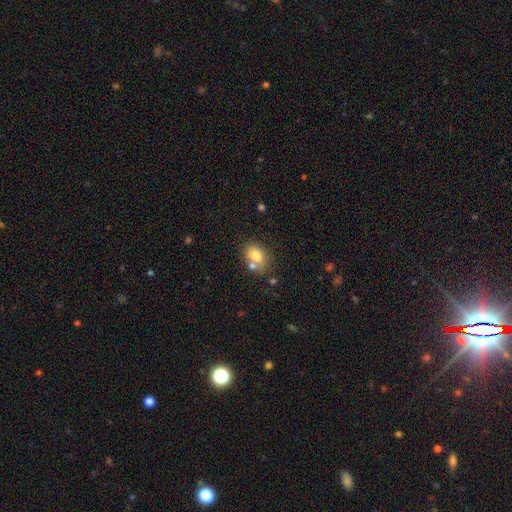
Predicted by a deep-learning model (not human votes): smooth 77%, featured or disk 13%, star or artifact 10%. Down the decision tree: how rounded — in between (74%); merging — none (59%).